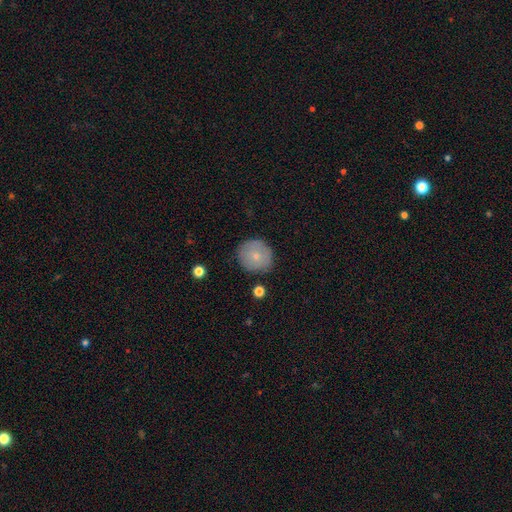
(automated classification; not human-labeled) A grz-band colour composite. It shows a smooth galaxy with no disk features (75%) that is round (91%). Merging: none (84%).